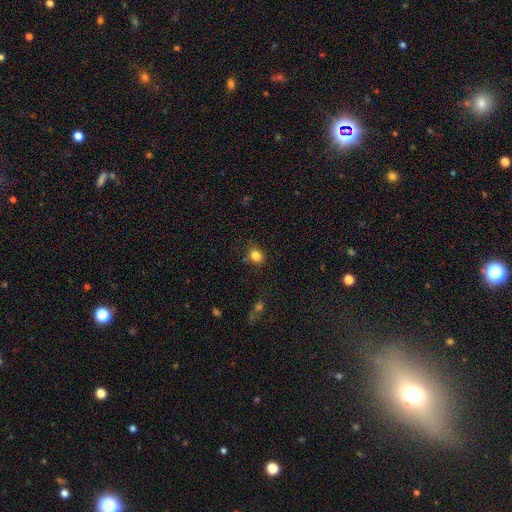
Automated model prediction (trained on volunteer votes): Smooth or featured?
  - smooth: 84% *
  - star or artifact: 11%
  - featured or disk: 5%
How rounded?
  - round: 70% *
  - in between: 29%
  - cigar-shaped: 1%
Merging?
  - none: 82% *
  - minor disturbance: 12%
  - major disturbance: 4%
  - merger: 3%